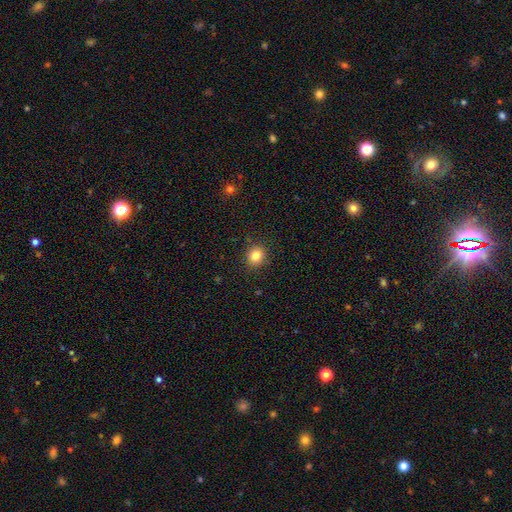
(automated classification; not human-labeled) A smooth galaxy with no disk features (83%) that is round (76%).

Vote fractions:
- Smooth or featured? smooth: 83% / star or artifact: 11% / featured or disk: 6%
- How rounded? round: 76% / in between: 23% / cigar-shaped: 1%
- Merging? none: 89% / minor disturbance: 8% / major disturbance: 2% / merger: 1%